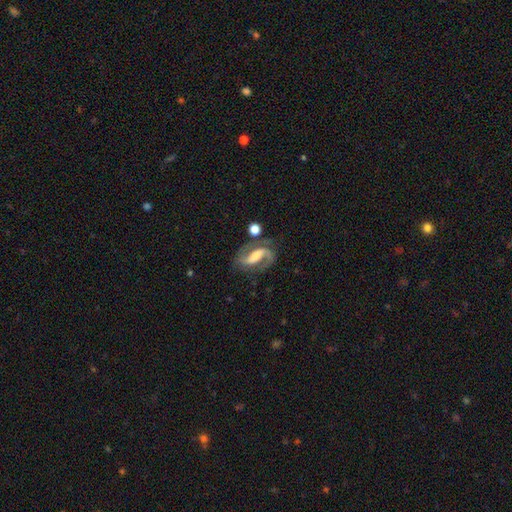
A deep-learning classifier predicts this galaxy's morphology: smooth_or_featured: featured or disk (p=0.86) [alt: smooth p=0.08]
disk_edge_on: no (p=0.96) [alt: yes p=0.04]
bar: strong (p=0.45) [alt: weak p=0.36]
has_spiral_arms: yes (p=0.96) [alt: no p=0.04]
spiral_winding: medium (p=0.54) [alt: loose p=0.29]
spiral_arm_count: 2 (p=0.89) [alt: 1 p=0.05]
bulge_size: moderate (p=0.47) [alt: small p=0.34]
merging: none (p=0.69) [alt: minor disturbance p=0.16]